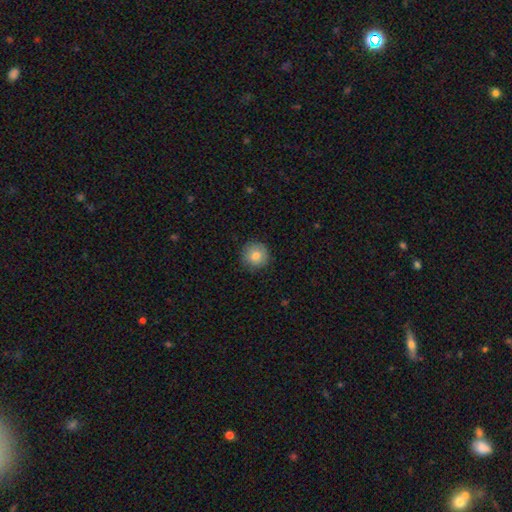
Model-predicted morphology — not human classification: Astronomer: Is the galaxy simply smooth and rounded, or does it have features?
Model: smooth — 80%.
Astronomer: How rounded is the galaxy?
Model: round — 95%.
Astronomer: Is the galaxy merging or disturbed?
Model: none — 87%.